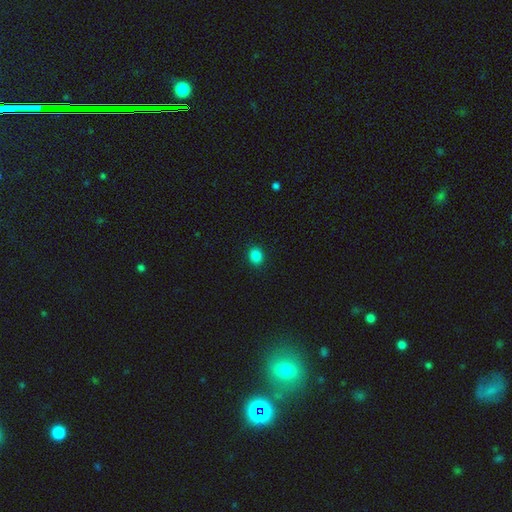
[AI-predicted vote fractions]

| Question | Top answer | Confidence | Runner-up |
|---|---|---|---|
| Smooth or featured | smooth | 85% | star or artifact (11%) |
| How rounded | round | 68% | in between (31%) |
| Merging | none | 91% | minor disturbance (6%) |